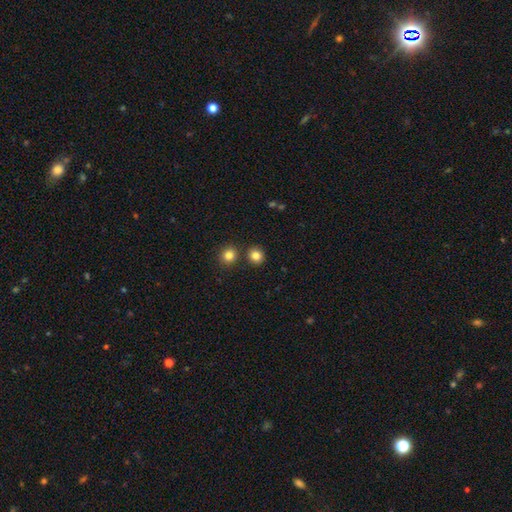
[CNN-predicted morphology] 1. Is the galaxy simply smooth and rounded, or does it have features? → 83% smooth, 12% star or artifact, 5% featured or disk.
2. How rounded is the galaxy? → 88% round, 11% in between, 1% cigar-shaped.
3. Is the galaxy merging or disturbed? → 84% none, 8% merger, 6% minor disturbance, 2% major disturbance.